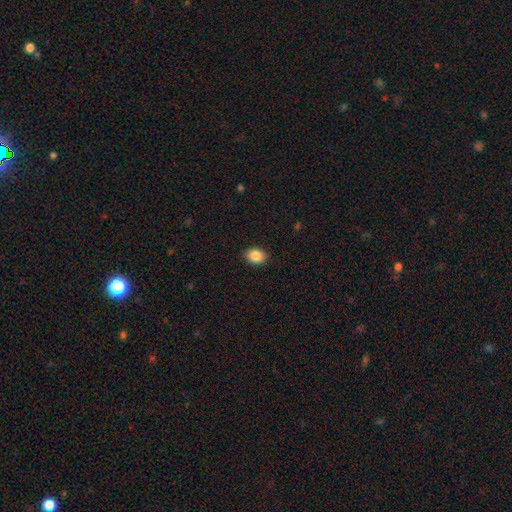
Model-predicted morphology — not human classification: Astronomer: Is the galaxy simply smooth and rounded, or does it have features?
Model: smooth — 87%.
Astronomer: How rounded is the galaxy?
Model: in between — 55% (runner-up: round, 44%).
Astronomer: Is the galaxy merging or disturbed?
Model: none — 88%.